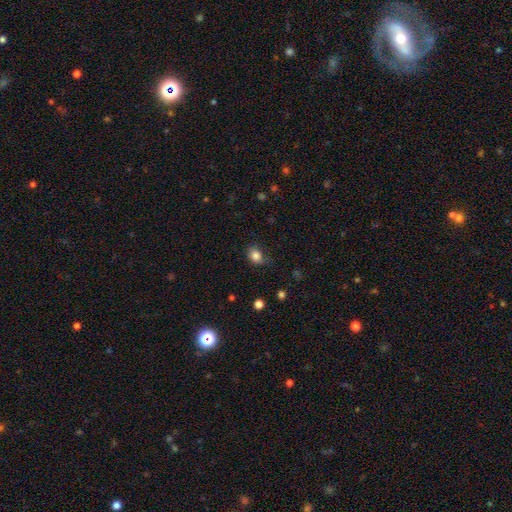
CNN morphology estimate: smooth_or_featured: smooth (p=0.84) [alt: star or artifact p=0.10]
how_rounded: in between (p=0.61) [alt: round p=0.38]
merging: none (p=0.66) [alt: minor disturbance p=0.26]